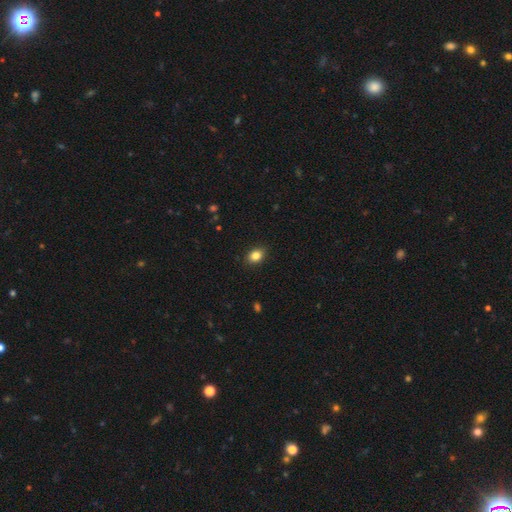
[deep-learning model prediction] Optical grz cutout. It shows a smooth galaxy with no disk features (84%) that is in between round and cigar-shaped (71%). Merging: none (88%).